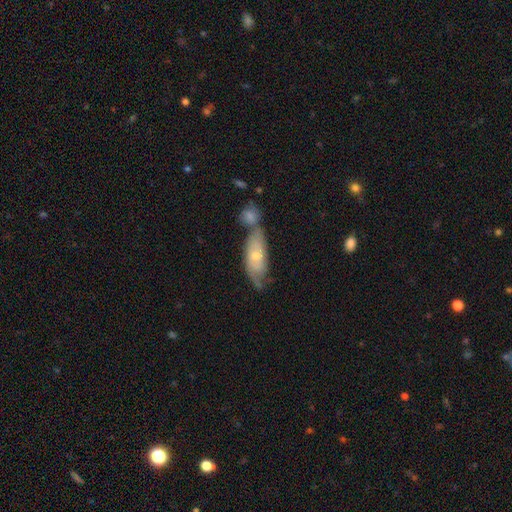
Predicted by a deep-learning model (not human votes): featured or disk 53%, smooth 40%, star or artifact 7%. Down the decision tree: edge-on disk — no (80%); merging — merger (38%).